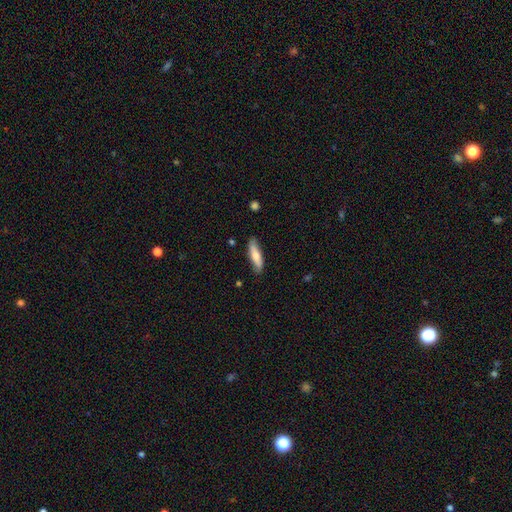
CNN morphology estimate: Q: Smooth or featured?
A: smooth (65%); runner-up: featured or disk (29%)
Q: How rounded?
A: cigar-shaped (65%); runner-up: in between (33%)
Q: Merging?
A: none (82%); runner-up: minor disturbance (15%)